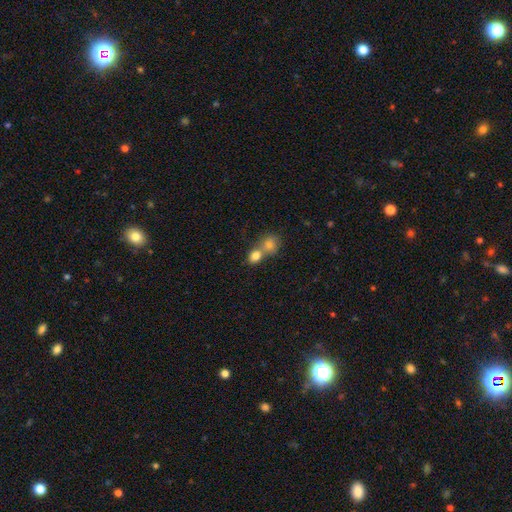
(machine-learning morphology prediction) Smooth or featured? smooth (79%)
How rounded? round (54%)
Merging? merger (61%)